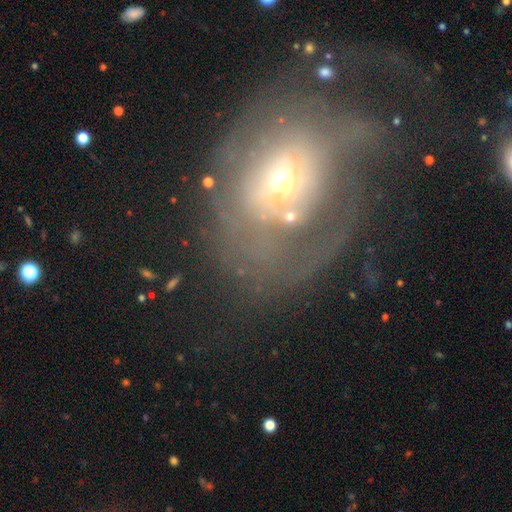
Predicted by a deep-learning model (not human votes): Smooth or featured? featured or disk (52%)
Edge-on disk? no (95%)
Merging? major disturbance (45%)